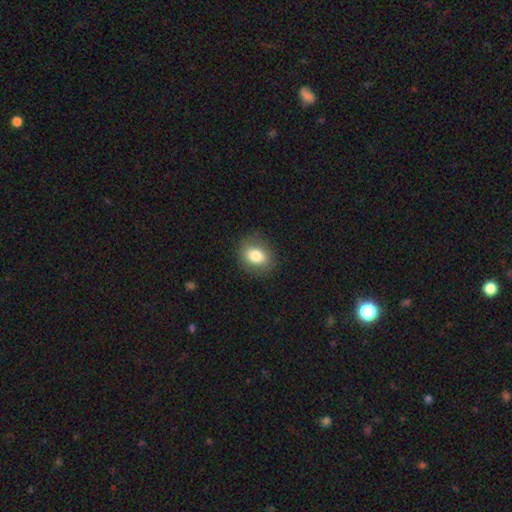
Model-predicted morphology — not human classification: smooth_or_featured: smooth (p=0.82) [alt: featured or disk p=0.09]
how_rounded: in between (p=0.53) [alt: round p=0.45]
merging: none (p=0.85) [alt: minor disturbance p=0.10]